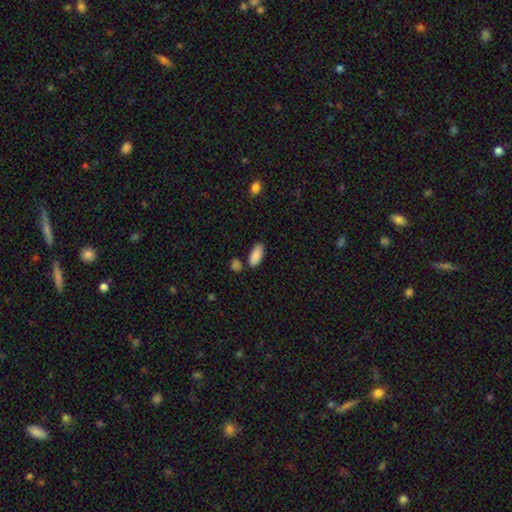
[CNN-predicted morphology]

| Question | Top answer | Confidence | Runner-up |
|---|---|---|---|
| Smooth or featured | smooth | 89% | star or artifact (7%) |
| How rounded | in between | 85% | cigar-shaped (13%) |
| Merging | none | 78% | minor disturbance (11%) |